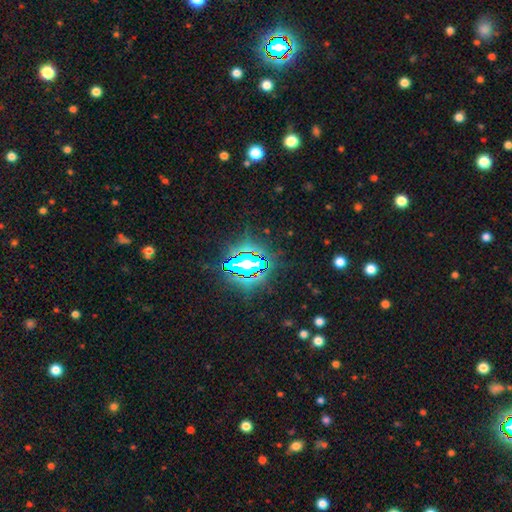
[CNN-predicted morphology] A star or artifact, not a galaxy (84%).

Vote fractions:
- Smooth or featured? star or artifact: 84% / smooth: 9% / featured or disk: 7%